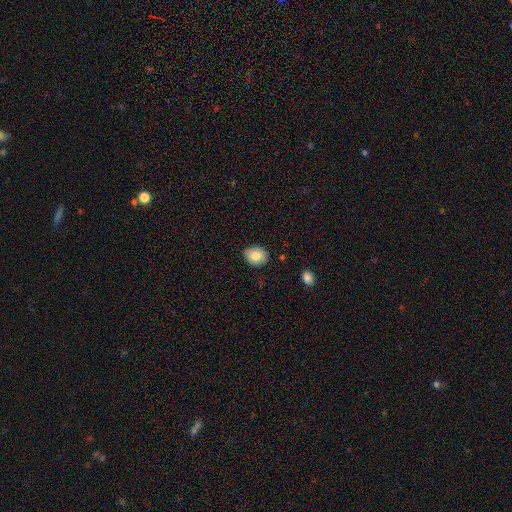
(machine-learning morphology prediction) Q: Smooth or featured?
A: smooth (81%); runner-up: featured or disk (11%)
Q: How rounded?
A: round (56%); runner-up: in between (43%)
Q: Merging?
A: none (84%); runner-up: minor disturbance (12%)